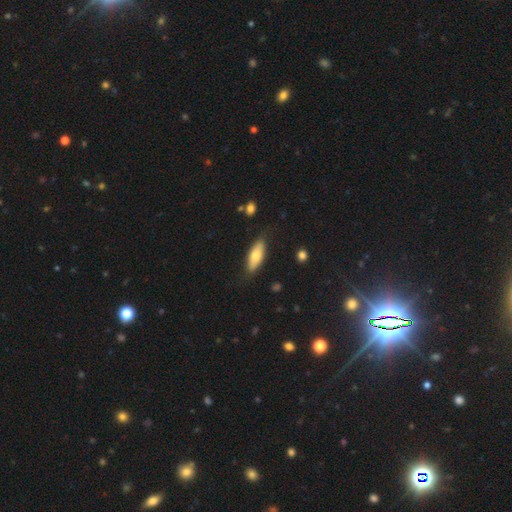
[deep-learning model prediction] Q: Smooth or featured?
A: smooth (67%); runner-up: featured or disk (27%)
Q: How rounded?
A: in between (65%); runner-up: cigar-shaped (33%)
Q: Merging?
A: none (80%); runner-up: minor disturbance (15%)